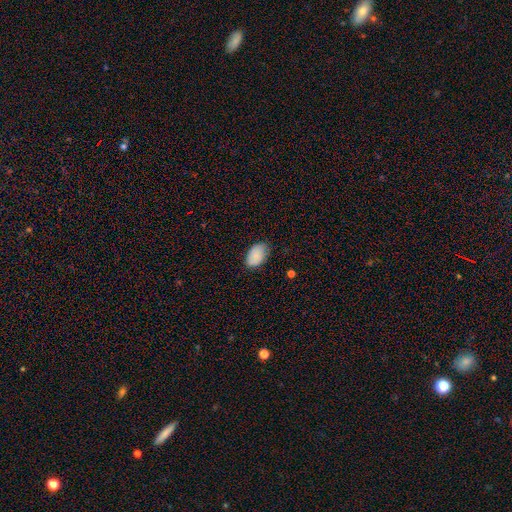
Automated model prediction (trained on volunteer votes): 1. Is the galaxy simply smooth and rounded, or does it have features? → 83% smooth, 10% featured or disk, 7% star or artifact.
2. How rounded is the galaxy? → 91% in between, 8% round, 1% cigar-shaped.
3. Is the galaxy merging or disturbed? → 75% none, 20% minor disturbance, 3% major disturbance, 1% merger.